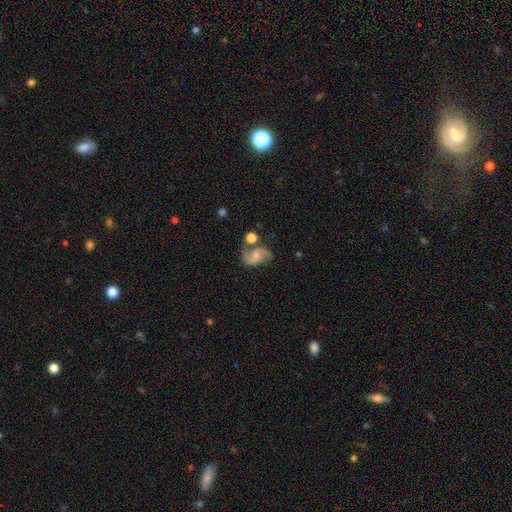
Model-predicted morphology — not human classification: This is likely a featured or disk galaxy (76%). It is clearly not viewed edge-on (98%). Bar: possibly no (53%). Spiral arm pattern: clearly yes (94%). Spiral arm count: clearly 2 (91%). Spiral winding: possibly loose (50%). Central bulge: possibly small (47%). Merging: possibly none (55%).